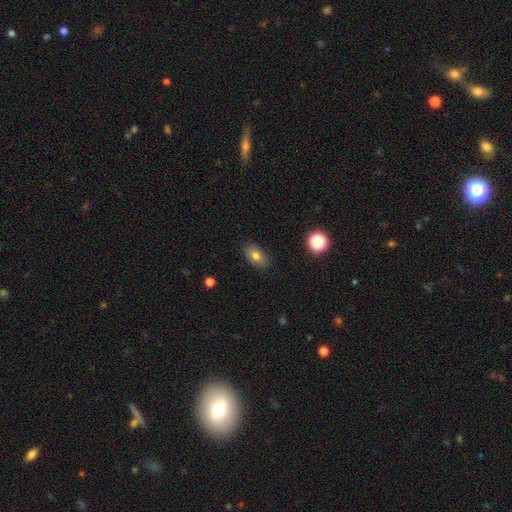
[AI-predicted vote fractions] Smooth or featured? smooth (77%)
How rounded? in between (87%)
Merging? none (85%)